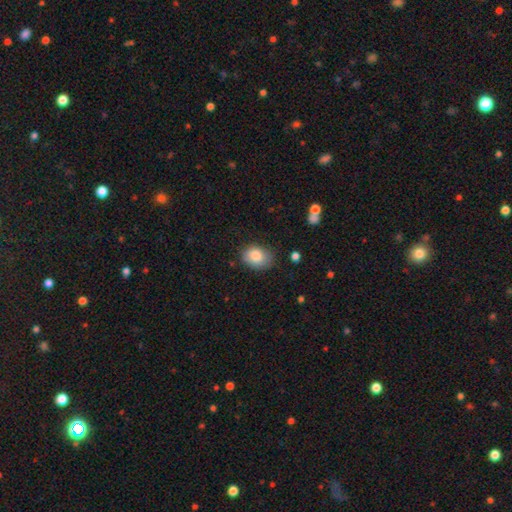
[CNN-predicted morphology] smooth_or_featured: smooth (p=0.84) [alt: star or artifact p=0.08]
how_rounded: in between (p=0.67) [alt: round p=0.32]
merging: none (p=0.72) [alt: minor disturbance p=0.22]